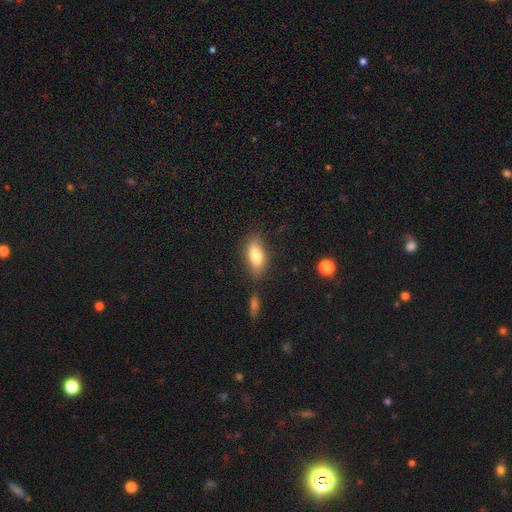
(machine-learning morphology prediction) This appears to be a smooth galaxy with no disk features (78%) that is in between round and cigar-shaped (83%). Merging: none (76%).